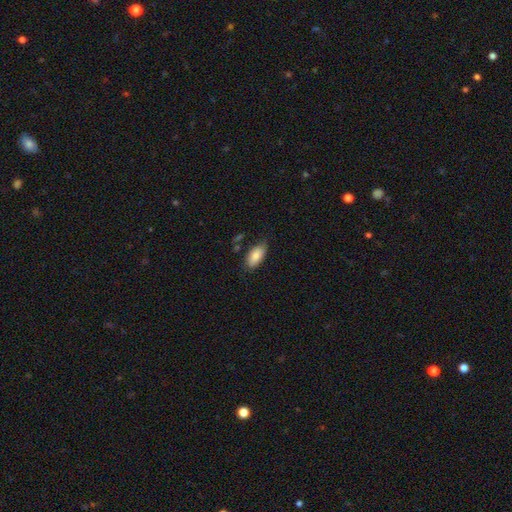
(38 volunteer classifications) Smooth or featured?
  - smooth: 87% *
  - featured or disk: 11%
  - star or artifact: 3%
How rounded?
  - in between: 88% *
  - cigar-shaped: 12%
  - round: 0%
Merging?
  - none: 76% *
  - minor disturbance: 19%
  - major disturbance: 5%
  - merger: 0%